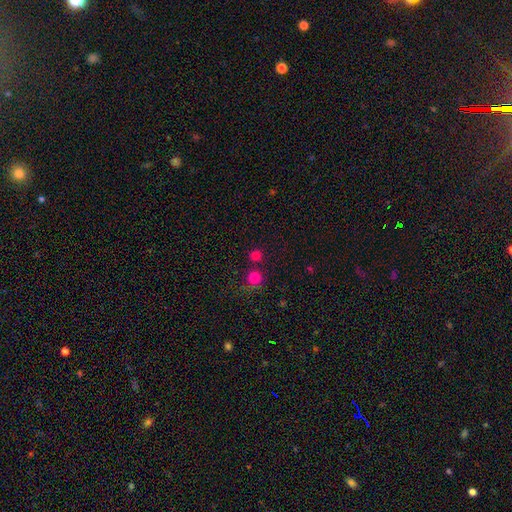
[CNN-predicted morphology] type=smooth (77%); roundness=round (92%); merging=none (71%).